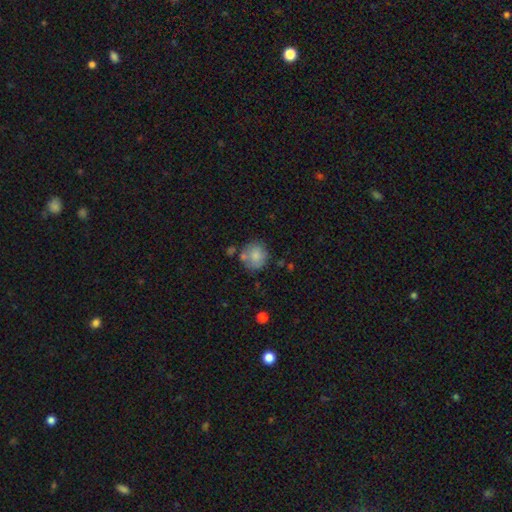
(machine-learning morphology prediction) The model was most divided on "merging": none: 65%, minor disturbance: 18%, merger: 11%, major disturbance: 6%. More confident: how rounded — round (84%); smooth or featured — smooth (78%).